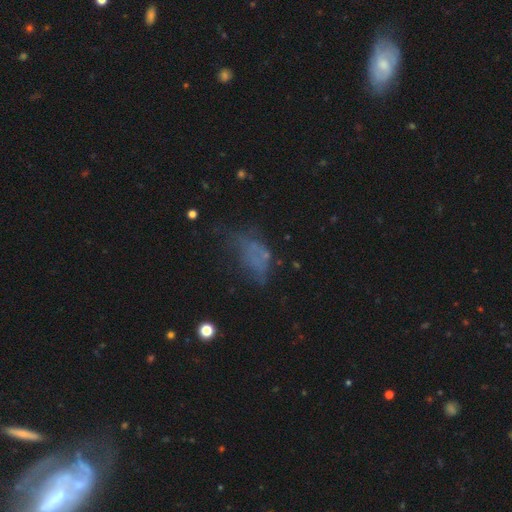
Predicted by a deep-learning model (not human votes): Q: Smooth or featured?
A: smooth (43%); runner-up: featured or disk (32%)
Q: Merging?
A: major disturbance (38%); runner-up: none (32%)